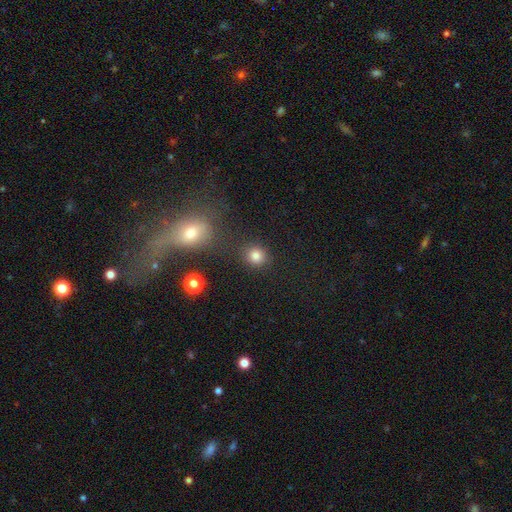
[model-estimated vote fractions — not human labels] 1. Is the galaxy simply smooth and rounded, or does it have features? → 81% smooth, 13% star or artifact, 5% featured or disk.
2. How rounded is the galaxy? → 86% round, 13% in between, 1% cigar-shaped.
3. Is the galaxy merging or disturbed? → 82% none, 9% minor disturbance, 6% merger, 4% major disturbance.